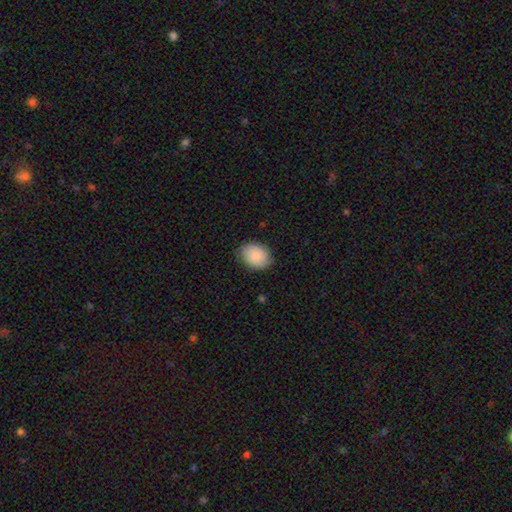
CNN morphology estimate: This appears to be a smooth galaxy with no disk features (89%) that is in between round and cigar-shaped (68%). Merging: none (82%).